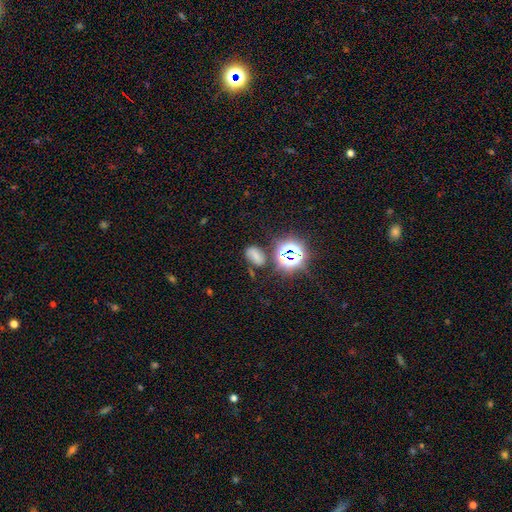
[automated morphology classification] Q: Smooth or featured?
A: smooth (54%); runner-up: star or artifact (31%)
Q: How rounded?
A: in between (83%); runner-up: round (15%)
Q: Merging?
A: none (66%); runner-up: minor disturbance (18%)